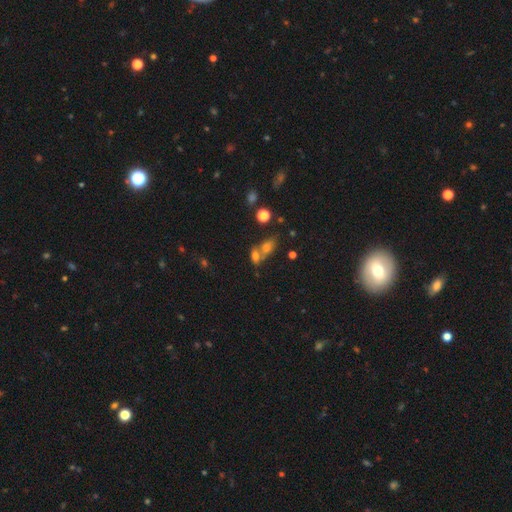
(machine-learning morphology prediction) Q: Smooth or featured?
A: smooth (67%); runner-up: star or artifact (17%)
Q: How rounded?
A: in between (72%); runner-up: round (22%)
Q: Merging?
A: merger (56%); runner-up: none (30%)